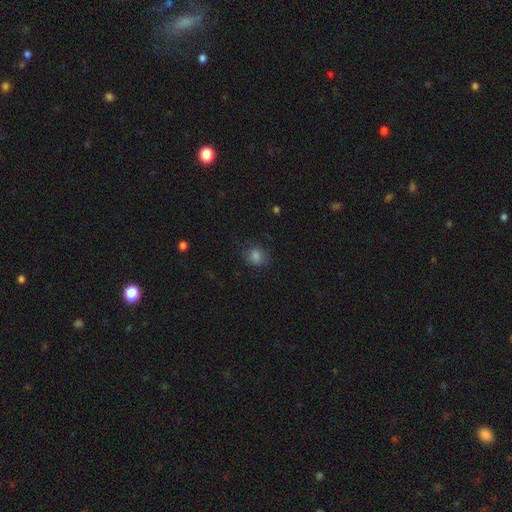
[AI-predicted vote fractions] The model was most divided on "how rounded": round: 61%, in between: 38%, cigar-shaped: 1%. More confident: smooth or featured — smooth (76%); merging — none (75%).